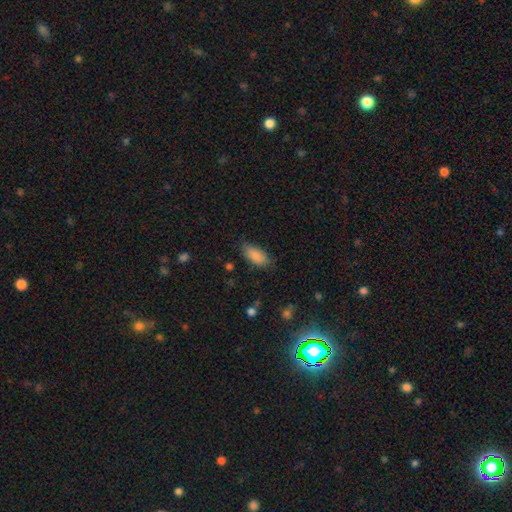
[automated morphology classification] This appears to be a smooth galaxy with no disk features (87%) that is in between round and cigar-shaped (89%). Merging: none (79%).